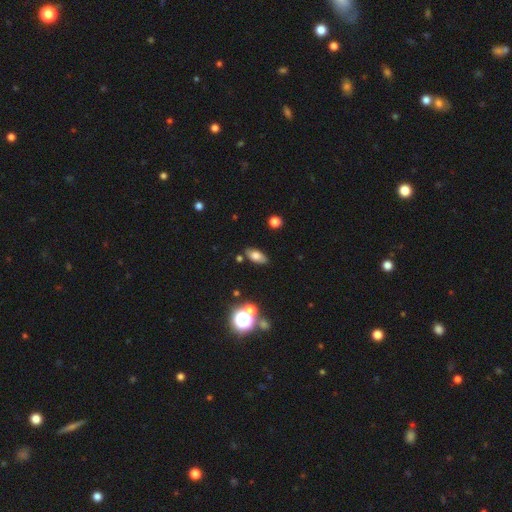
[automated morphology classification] smooth_or_featured: smooth (p=0.71) [alt: featured or disk p=0.16]
how_rounded: in between (p=0.86) [alt: cigar-shaped p=0.09]
merging: none (p=0.83) [alt: minor disturbance p=0.11]